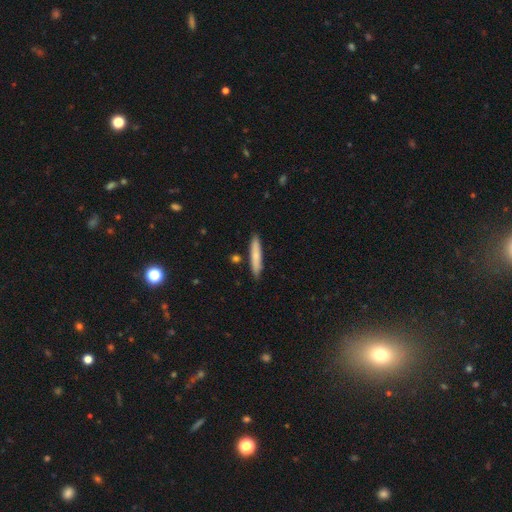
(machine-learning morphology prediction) This is likely a smooth galaxy (74%). How rounded: clearly cigar-shaped (91%). Merging: clearly none (85%).